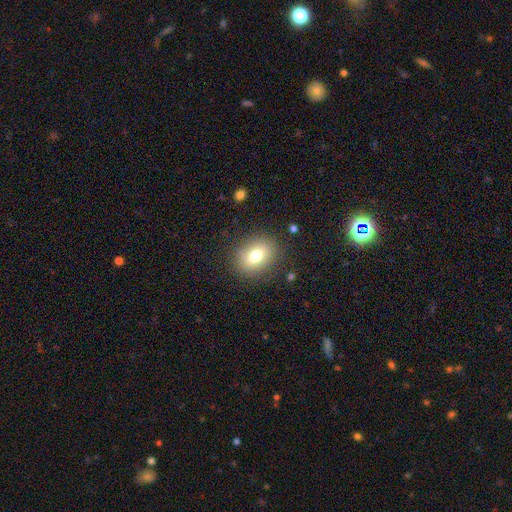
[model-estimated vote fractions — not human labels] Morphology: type=smooth (75%); roundness=in between (54%); merging=none (85%).